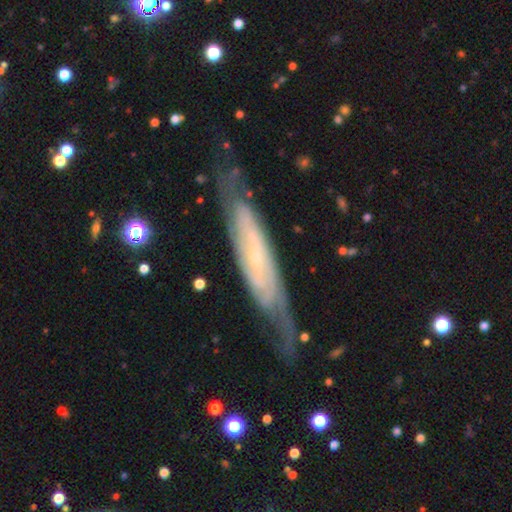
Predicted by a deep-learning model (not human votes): smooth-or-featured: featured or disk: 79% | smooth: 15% | star or artifact: 6%
  disk-edge-on: no: 65% | yes: 35%
    bar: no: 65% | weak: 25% | strong: 10%
    has-spiral-arms: yes: 89% | no: 11%
    bulge-size: small: 84% | moderate: 10% | none: 4% | large: 1% | dominant: 1%
  merging: none: 70% | minor disturbance: 20% | major disturbance: 8% | merger: 2%